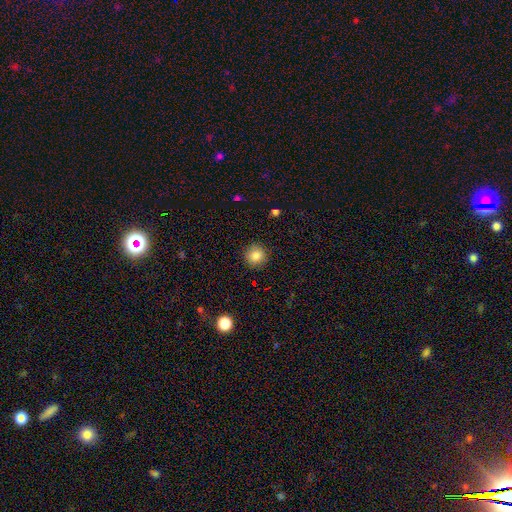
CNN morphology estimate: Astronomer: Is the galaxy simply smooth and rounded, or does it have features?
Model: smooth — 85%.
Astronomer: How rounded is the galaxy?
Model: round — 93%.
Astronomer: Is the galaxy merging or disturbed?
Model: none — 90%.